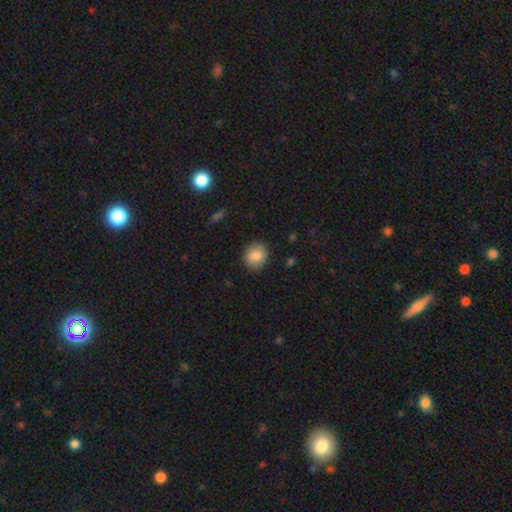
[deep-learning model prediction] smooth 85%, star or artifact 8%, featured or disk 7%. Down the decision tree: how rounded — round (67%); merging — none (86%).